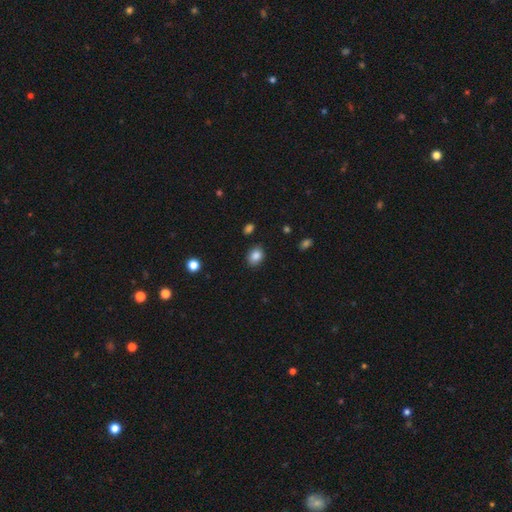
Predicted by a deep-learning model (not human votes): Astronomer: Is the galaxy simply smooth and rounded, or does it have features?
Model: smooth — 86%.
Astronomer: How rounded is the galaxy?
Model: in between — 61% (runner-up: round, 38%).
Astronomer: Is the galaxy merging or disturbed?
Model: none — 85%.